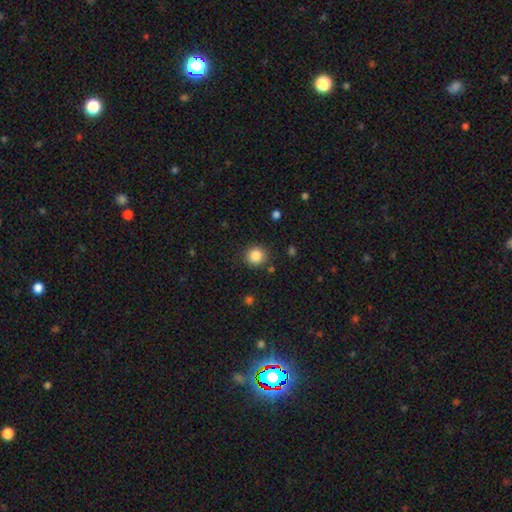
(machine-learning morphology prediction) type=smooth (86%); roundness=round (91%); merging=none (87%).